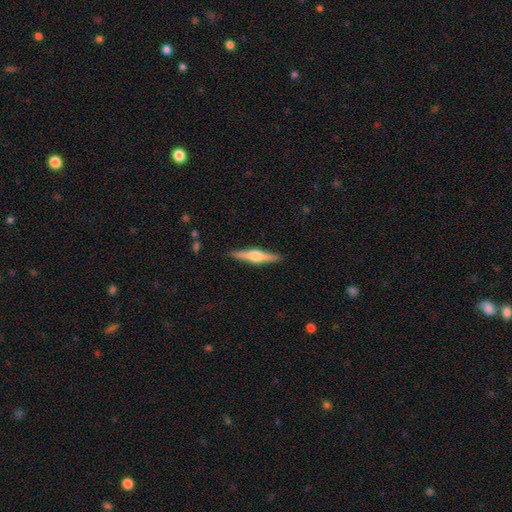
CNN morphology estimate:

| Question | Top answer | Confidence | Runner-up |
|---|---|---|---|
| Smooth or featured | featured or disk | 66% | smooth (29%) |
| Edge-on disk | yes | 97% | no (3%) |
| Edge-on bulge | rounded | 93% | boxy (5%) |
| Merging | none | 91% | minor disturbance (7%) |